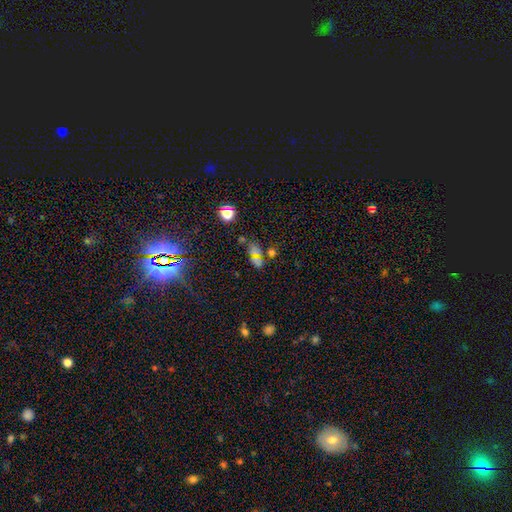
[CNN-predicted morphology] The model was most divided on "smooth or featured": smooth: 45%, star or artifact: 41%, featured or disk: 14%. More confident: merging — none (57%).